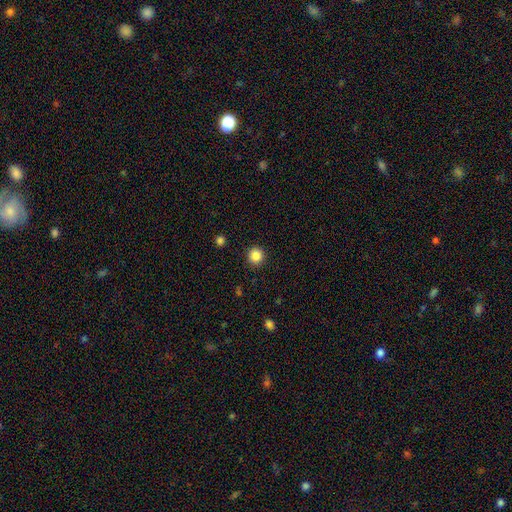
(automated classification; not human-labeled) Smooth or featured: smooth — 86% (star or artifact — 11%)
How rounded: round — 95% (in between — 4%)
Merging: none — 92% (minor disturbance — 5%)